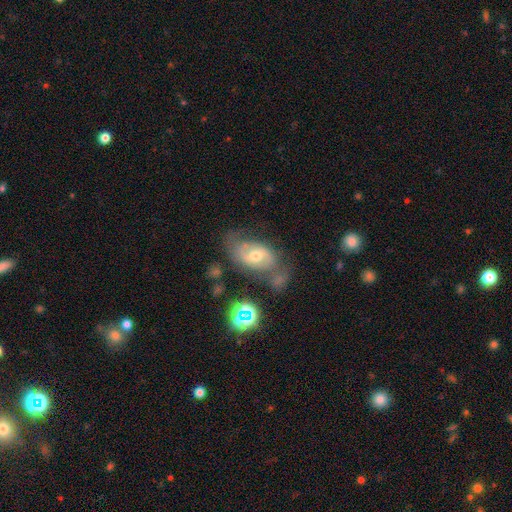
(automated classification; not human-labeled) Morphology: type=featured or disk (56%); edge-on=no (93%); bar=no (42%); spiral arms=yes (68%); bulge=moderate (65%); merging=none (48%).